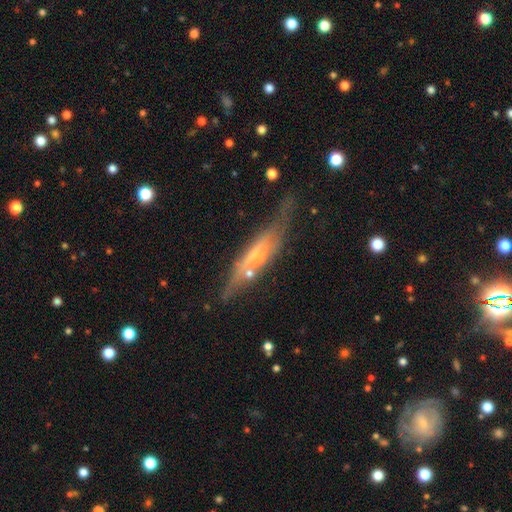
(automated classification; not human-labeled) This appears to be a featured or disk galaxy (61%) viewed edge-on (82%). Merging: none (55%).